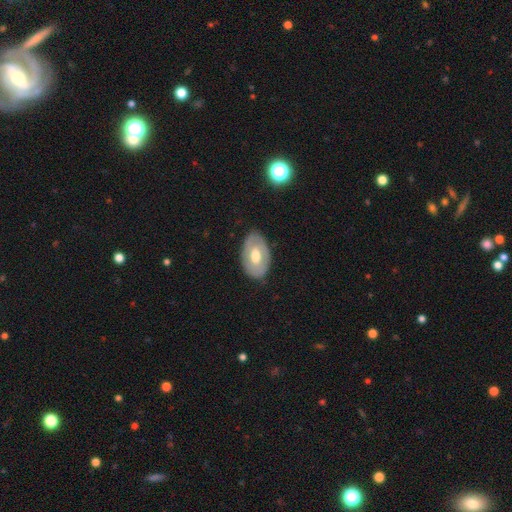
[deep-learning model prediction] smooth_or_featured: featured or disk (p=0.51) [alt: smooth p=0.44]
disk_edge_on: no (p=0.90) [alt: yes p=0.10]
merging: none (p=0.80) [alt: minor disturbance p=0.16]